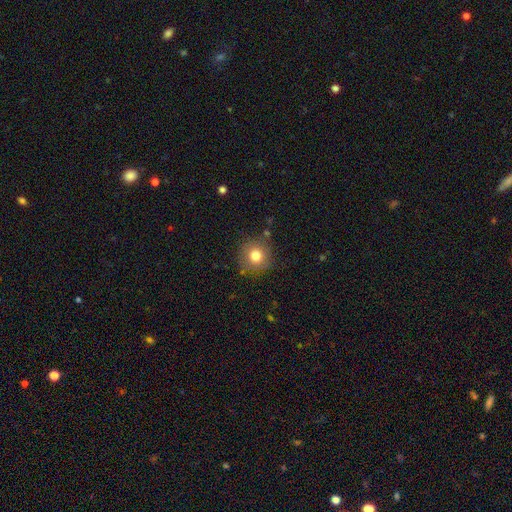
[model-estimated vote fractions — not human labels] The model was most divided on "smooth or featured": smooth: 80%, star or artifact: 11%, featured or disk: 9%. More confident: how rounded — round (91%); merging — none (82%).